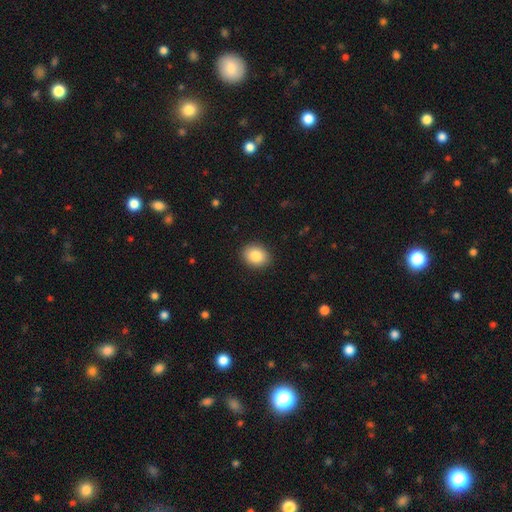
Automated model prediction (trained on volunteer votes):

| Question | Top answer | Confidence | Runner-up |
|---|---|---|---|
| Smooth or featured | smooth | 86% | star or artifact (8%) |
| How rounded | in between | 55% | round (44%) |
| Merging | none | 90% | minor disturbance (7%) |